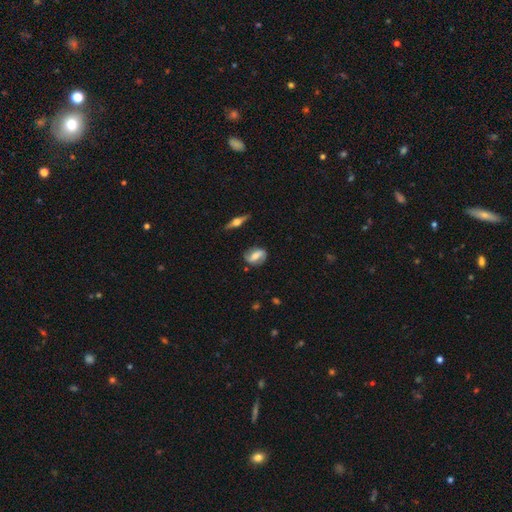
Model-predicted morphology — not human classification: smooth_or_featured: featured or disk (p=0.66) [alt: smooth p=0.27]
disk_edge_on: no (p=0.89) [alt: yes p=0.11]
bar: strong (p=0.43) [alt: weak p=0.36]
has_spiral_arms: yes (p=0.86) [alt: no p=0.14]
spiral_winding: loose (p=0.41) [alt: medium p=0.36]
spiral_arm_count: 2 (p=0.88) [alt: can't tell p=0.06]
bulge_size: moderate (p=0.46) [alt: small p=0.32]
merging: none (p=0.78) [alt: minor disturbance p=0.16]